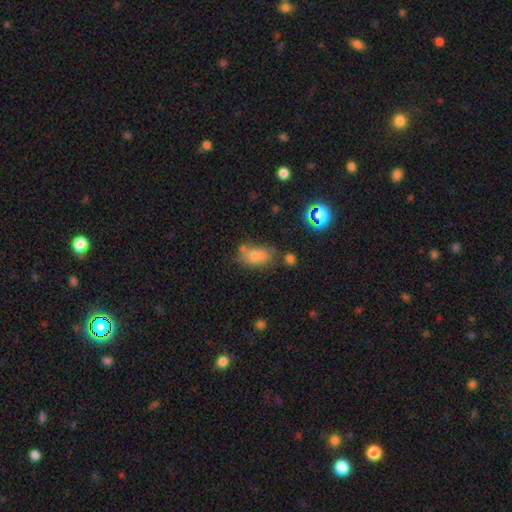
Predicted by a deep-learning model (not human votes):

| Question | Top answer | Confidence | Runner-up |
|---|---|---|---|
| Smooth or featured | smooth | 69% | featured or disk (17%) |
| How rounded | in between | 83% | round (13%) |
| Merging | none | 45% | minor disturbance (24%) |